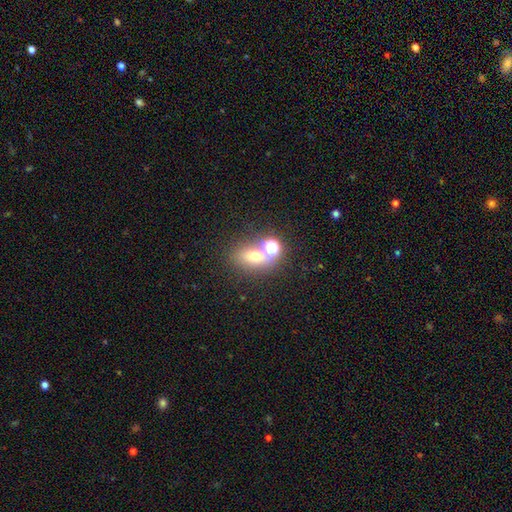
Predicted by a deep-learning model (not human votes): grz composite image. It shows a smooth galaxy with no disk features (60%) that is in between round and cigar-shaped (51%). Merging: none (54%).